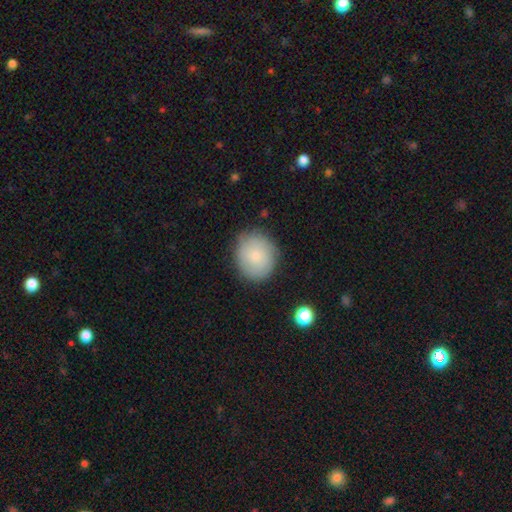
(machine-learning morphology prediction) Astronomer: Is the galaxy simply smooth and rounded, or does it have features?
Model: smooth — 75%.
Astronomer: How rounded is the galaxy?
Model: round — 69%.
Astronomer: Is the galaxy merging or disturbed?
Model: none — 80%.